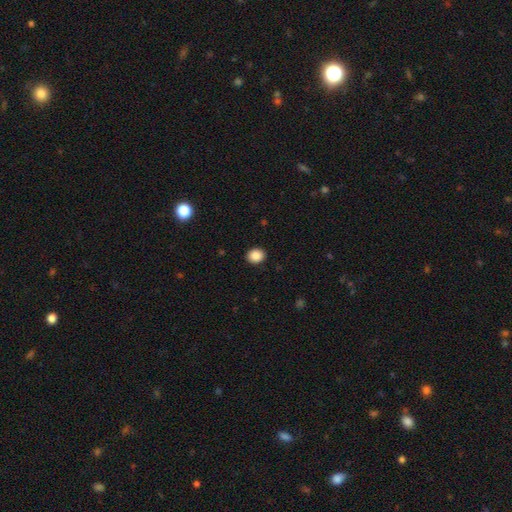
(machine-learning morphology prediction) Smooth or featured?
  - smooth: 88% *
  - star or artifact: 9%
  - featured or disk: 3%
How rounded?
  - round: 61% *
  - in between: 39%
  - cigar-shaped: 1%
Merging?
  - none: 91% *
  - minor disturbance: 6%
  - major disturbance: 2%
  - merger: 1%